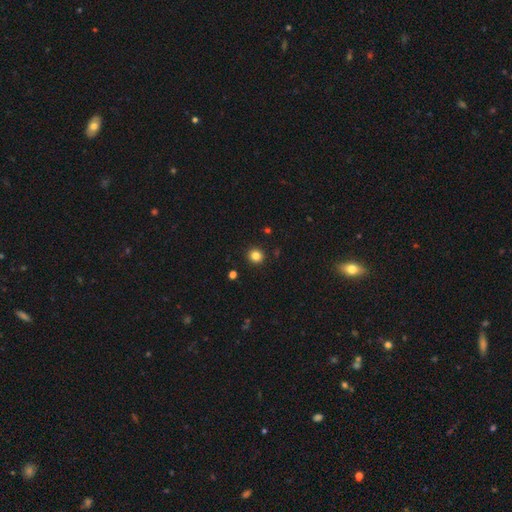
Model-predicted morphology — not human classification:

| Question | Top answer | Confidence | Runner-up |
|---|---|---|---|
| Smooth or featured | smooth | 83% | star or artifact (12%) |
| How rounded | round | 93% | in between (6%) |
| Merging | none | 93% | minor disturbance (5%) |